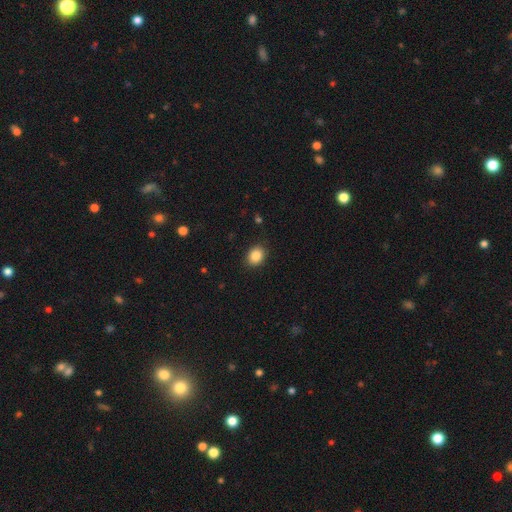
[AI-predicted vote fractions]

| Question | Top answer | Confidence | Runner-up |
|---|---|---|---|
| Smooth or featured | smooth | 86% | star or artifact (9%) |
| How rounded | round | 50% | in between (49%) |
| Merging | none | 88% | minor disturbance (8%) |